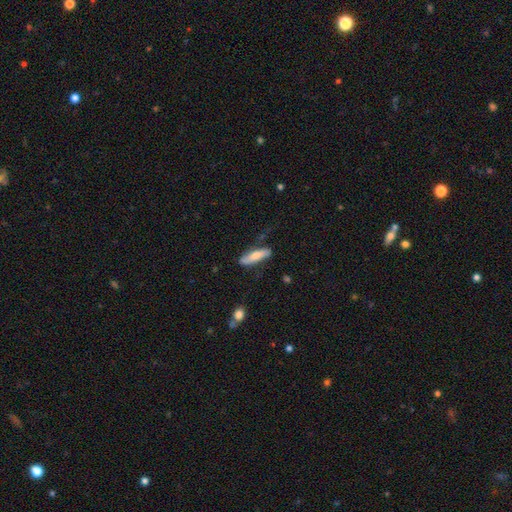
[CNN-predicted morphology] Smooth or featured? Predicted: smooth (p=0.67). How rounded? Predicted: cigar-shaped (p=0.62). Merging? Predicted: none (p=0.72).